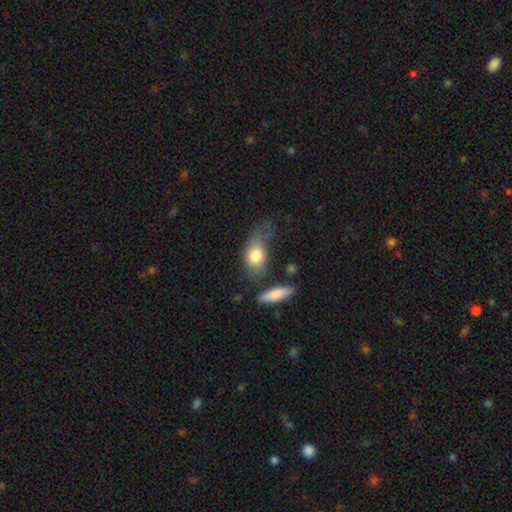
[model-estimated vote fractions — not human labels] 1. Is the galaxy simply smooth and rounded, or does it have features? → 76% smooth, 17% featured or disk, 7% star or artifact.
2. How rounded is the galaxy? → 80% in between, 13% round, 7% cigar-shaped.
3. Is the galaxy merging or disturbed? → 31% major disturbance, 30% minor disturbance, 30% none, 9% merger.